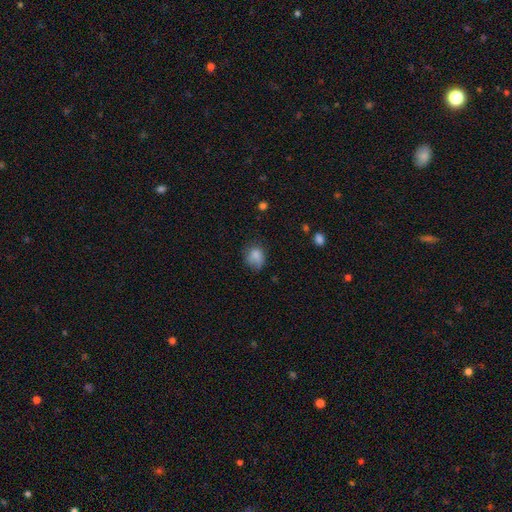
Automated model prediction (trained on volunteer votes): A smooth galaxy with no disk features (78%) that is round (51%). Merging: none (48%).